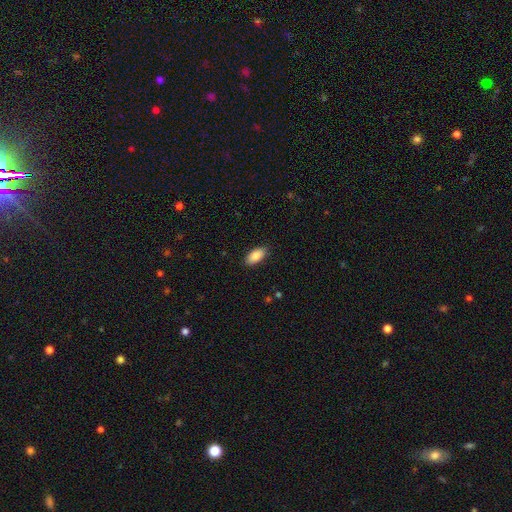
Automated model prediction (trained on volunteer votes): Morphology: type=smooth (88%); roundness=in between (93%); merging=none (87%).